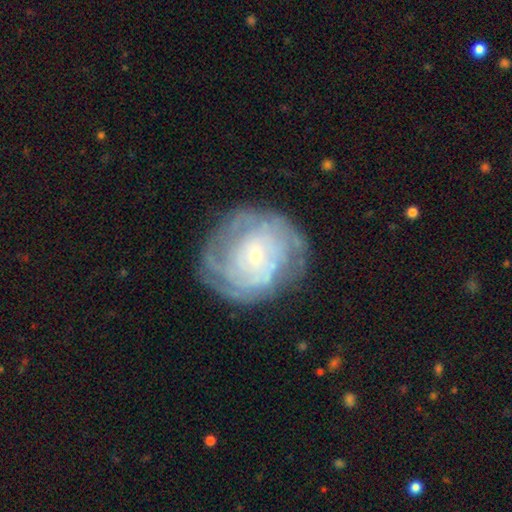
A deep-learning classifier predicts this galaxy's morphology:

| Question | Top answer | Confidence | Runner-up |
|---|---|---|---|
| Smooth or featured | featured or disk | 76% | smooth (16%) |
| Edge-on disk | no | 97% | yes (3%) |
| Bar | no | 76% | weak (19%) |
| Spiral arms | yes | 86% | no (14%) |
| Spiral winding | tight | 72% | medium (21%) |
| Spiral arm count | can't tell | 47% | 2 (14%) |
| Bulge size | small | 82% | moderate (13%) |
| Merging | none | 72% | minor disturbance (17%) |